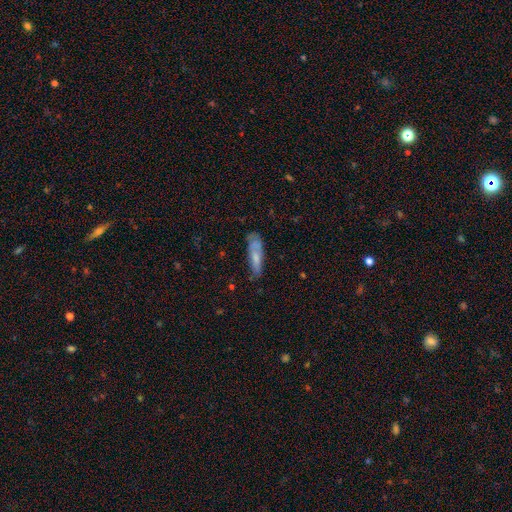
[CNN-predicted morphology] Smooth or featured? Predicted: smooth (p=0.61). How rounded? Predicted: cigar-shaped (p=0.57). Merging? Predicted: none (p=0.54).